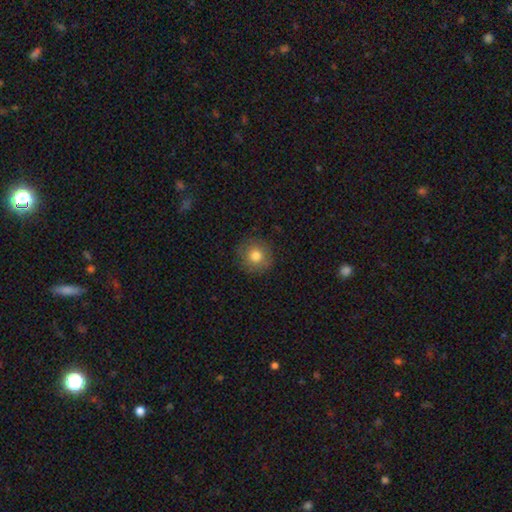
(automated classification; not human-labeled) The model was most divided on "smooth or featured": smooth: 79%, featured or disk: 11%, star or artifact: 10%. More confident: how rounded — round (93%); merging — none (88%).